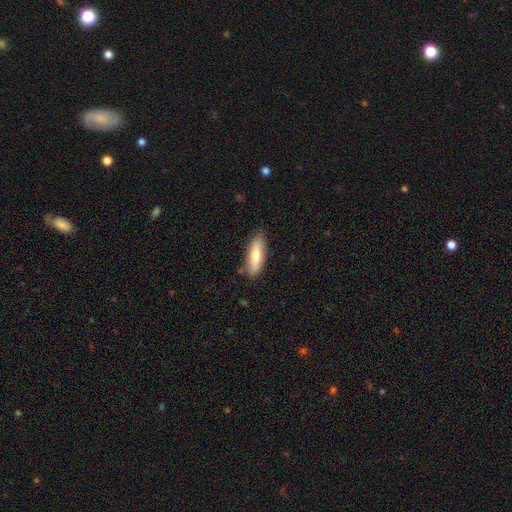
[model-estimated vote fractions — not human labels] smooth-or-featured: smooth: 73% | featured or disk: 21% | star or artifact: 6%
  how-rounded: in between: 51% | cigar-shaped: 47% | round: 2%
  merging: none: 80% | minor disturbance: 16% | major disturbance: 3% | merger: 2%